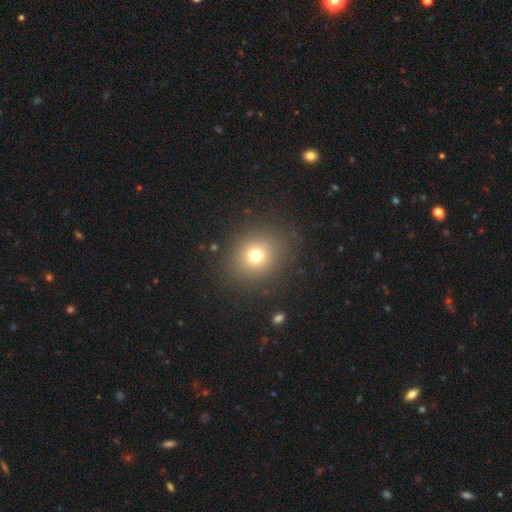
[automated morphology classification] A smooth galaxy with no disk features (72%) that is round (74%). Merging: none (87%).